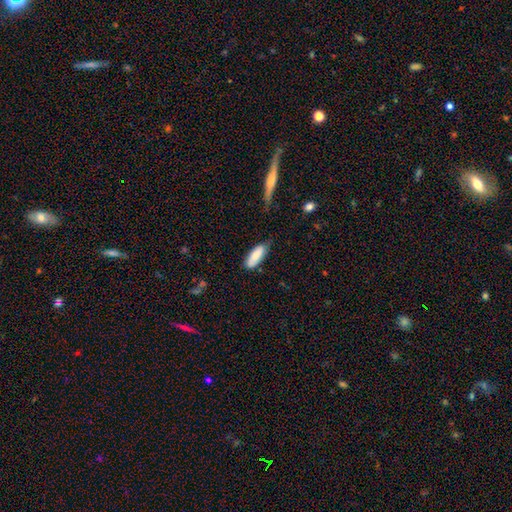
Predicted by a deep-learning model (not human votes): This appears to be a smooth galaxy with no disk features (81%) that is in between round and cigar-shaped (71%). Merging: none (65%).